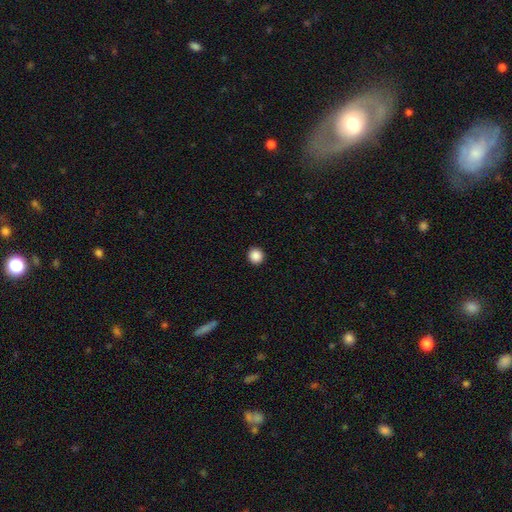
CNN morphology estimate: smooth-or-featured: smooth: 88% | star or artifact: 9% | featured or disk: 2%
  how-rounded: round: 95% | in between: 4% | cigar-shaped: 1%
  merging: none: 94% | minor disturbance: 4% | major disturbance: 1% | merger: 1%